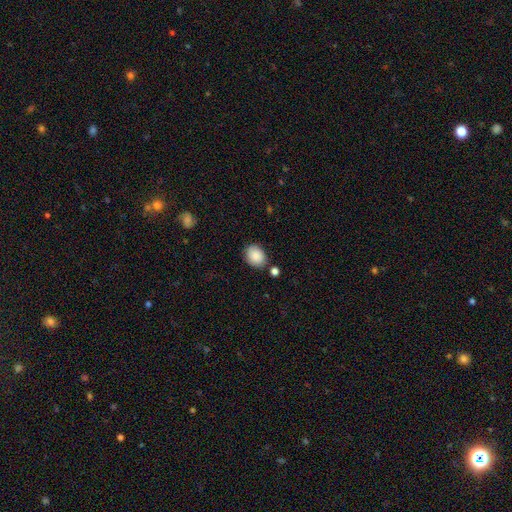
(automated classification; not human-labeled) Smooth or featured?
  - smooth: 88% *
  - star or artifact: 8%
  - featured or disk: 5%
How rounded?
  - in between: 61% *
  - round: 39%
  - cigar-shaped: 1%
Merging?
  - none: 78% *
  - minor disturbance: 13%
  - merger: 6%
  - major disturbance: 3%